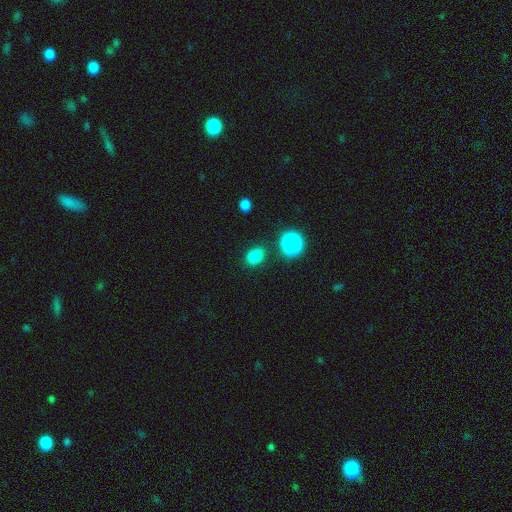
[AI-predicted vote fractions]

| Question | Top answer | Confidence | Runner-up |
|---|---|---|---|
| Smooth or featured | smooth | 79% | star or artifact (15%) |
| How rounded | in between | 66% | round (33%) |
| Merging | none | 74% | minor disturbance (14%) |